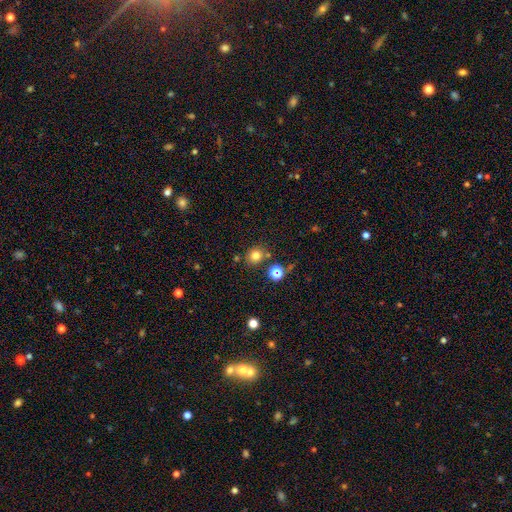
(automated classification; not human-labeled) Morphology: type=smooth (76%); roundness=round (78%); merging=none (79%).